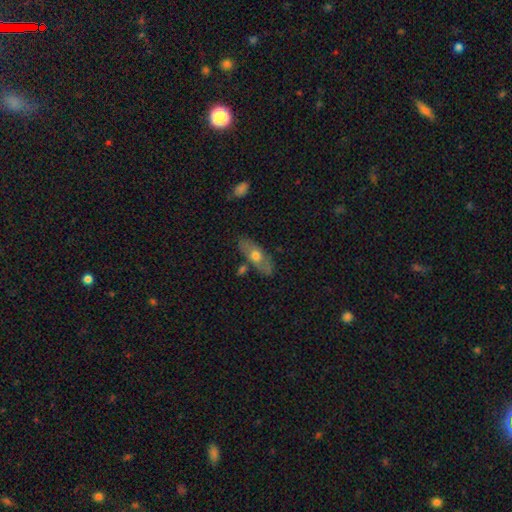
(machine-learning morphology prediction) type=smooth (55%); roundness=in between (72%); merging=none (75%).